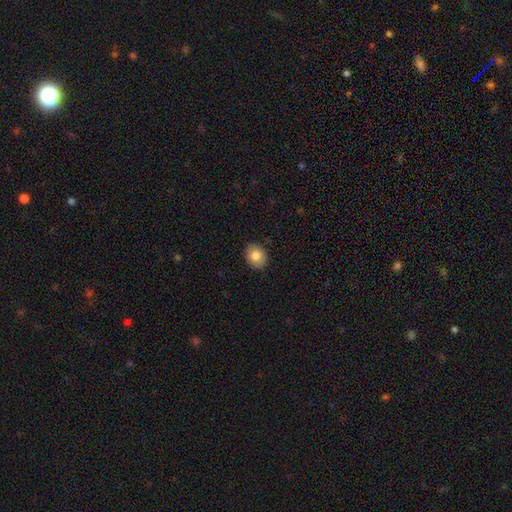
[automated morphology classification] The model was most divided on "how rounded": round: 62%, in between: 37%, cigar-shaped: 1%. More confident: merging — none (89%); smooth or featured — smooth (82%).